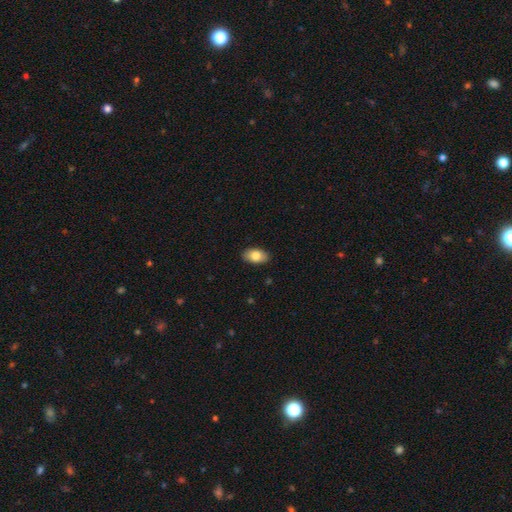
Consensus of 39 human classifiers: Overall: smooth (74%). How rounded: in between (90%). Merging: none (92%).